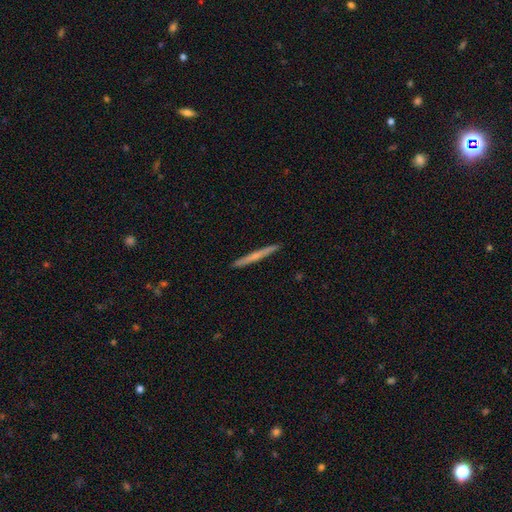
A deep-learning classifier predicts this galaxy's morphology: featured or disk 48%, smooth 46%, star or artifact 6%. Down the decision tree: merging — none (92%).